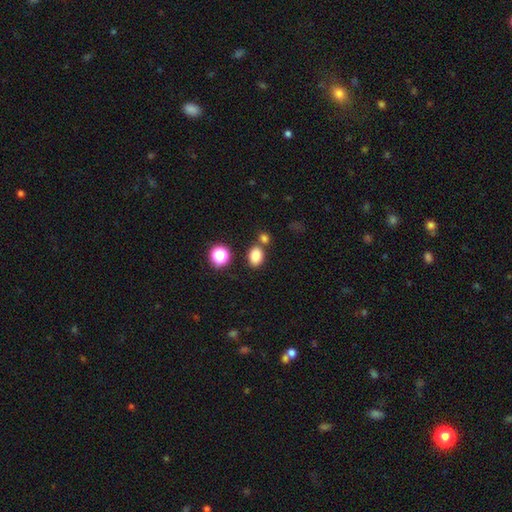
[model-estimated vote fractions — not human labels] Smooth or featured? Predicted: smooth (p=0.82). How rounded? Predicted: in between (p=0.71). Merging? Predicted: none (p=0.71).